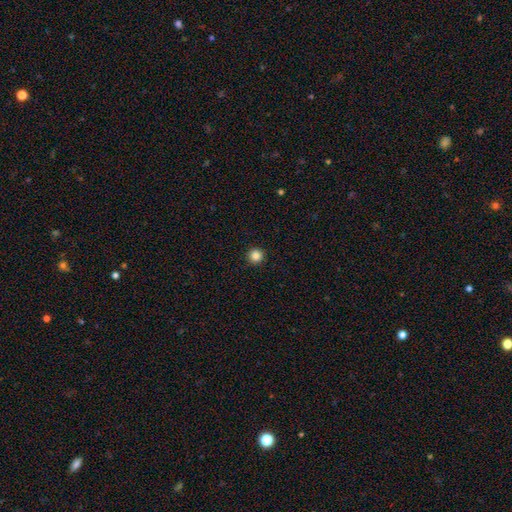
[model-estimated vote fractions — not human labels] The model was most divided on "smooth or featured": smooth: 85%, star or artifact: 11%, featured or disk: 4%. More confident: how rounded — round (96%); merging — none (94%).